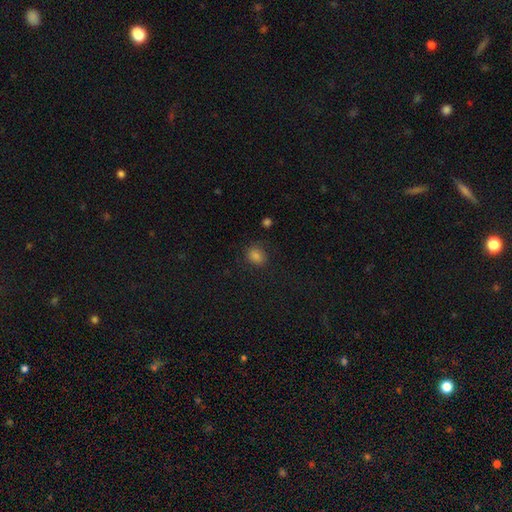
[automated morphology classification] Smooth or featured? Predicted: smooth (p=0.81). How rounded? Predicted: round (p=0.55). Merging? Predicted: none (p=0.78).